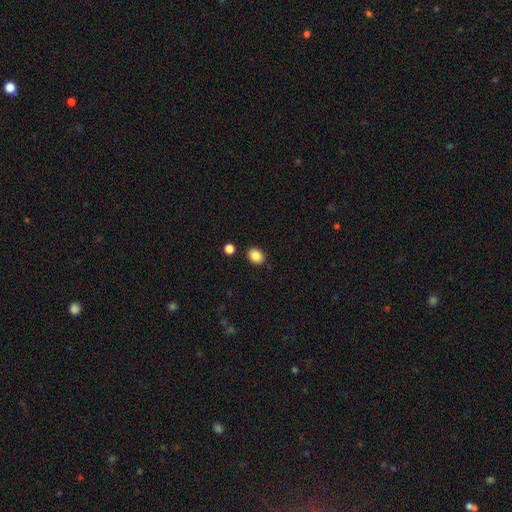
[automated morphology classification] Smooth or featured?
  - smooth: 86% *
  - star or artifact: 9%
  - featured or disk: 5%
How rounded?
  - in between: 55% *
  - round: 44%
  - cigar-shaped: 1%
Merging?
  - none: 87% *
  - minor disturbance: 8%
  - merger: 3%
  - major disturbance: 2%